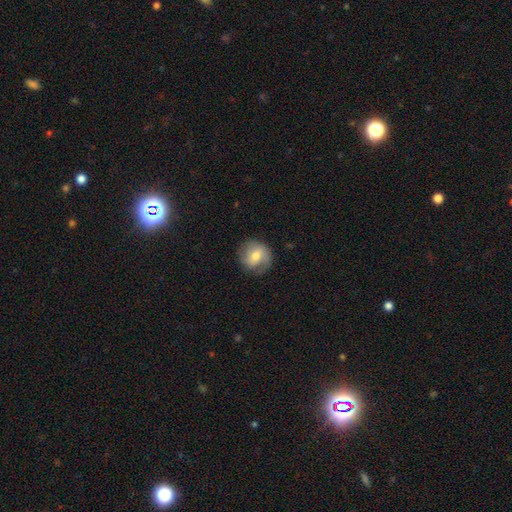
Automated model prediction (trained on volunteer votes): This appears to be a featured or disk galaxy (48%). Merging: none (76%).